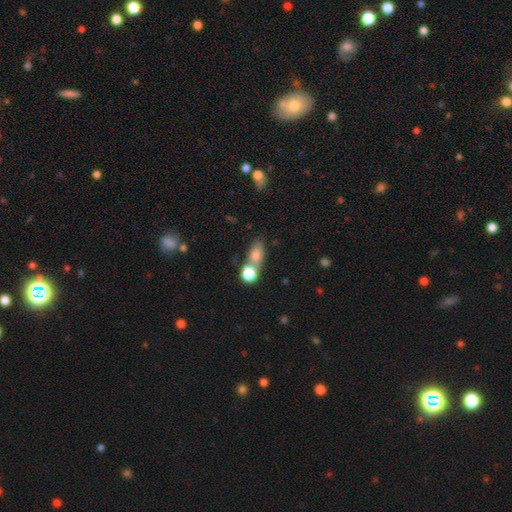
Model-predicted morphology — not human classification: This is likely a smooth galaxy (75%). How rounded: likely in between (67%). Merging: marginally none (45%).